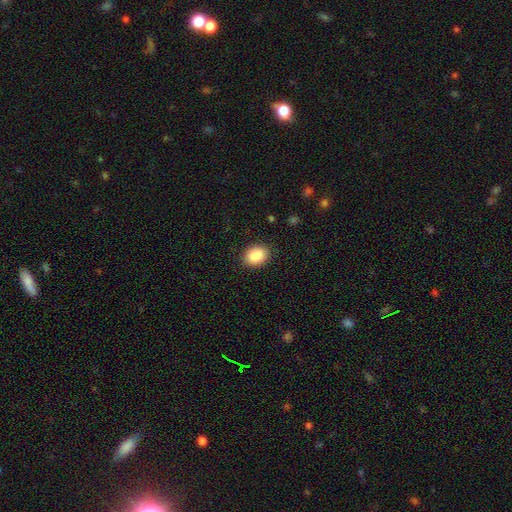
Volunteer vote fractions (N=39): This is clearly a smooth galaxy (97%). How rounded: clearly in between (82%). Merging: clearly none (92%).